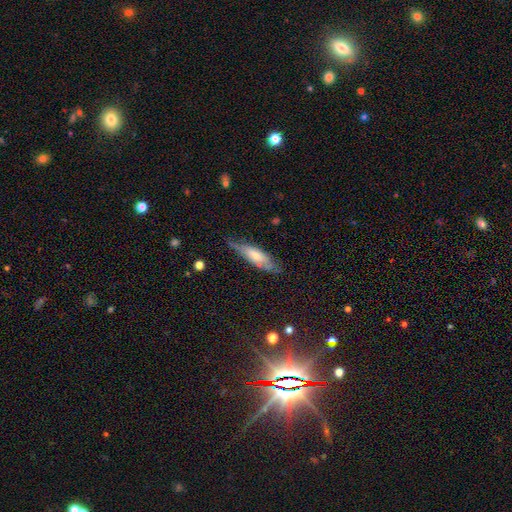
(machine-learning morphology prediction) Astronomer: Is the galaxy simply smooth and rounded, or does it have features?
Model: smooth — 54% (runner-up: featured or disk, 39%).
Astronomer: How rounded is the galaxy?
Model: cigar-shaped — 51% (runner-up: in between, 47%).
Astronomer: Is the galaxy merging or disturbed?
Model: none — 58%.